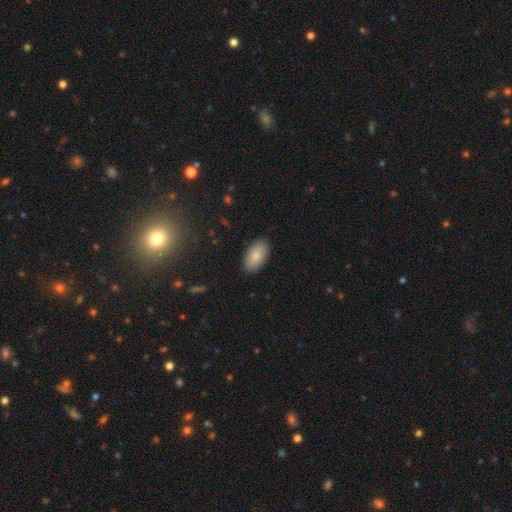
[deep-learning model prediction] This appears to be a smooth galaxy with no disk features (83%) that is in between round and cigar-shaped (95%). Merging: none (88%).